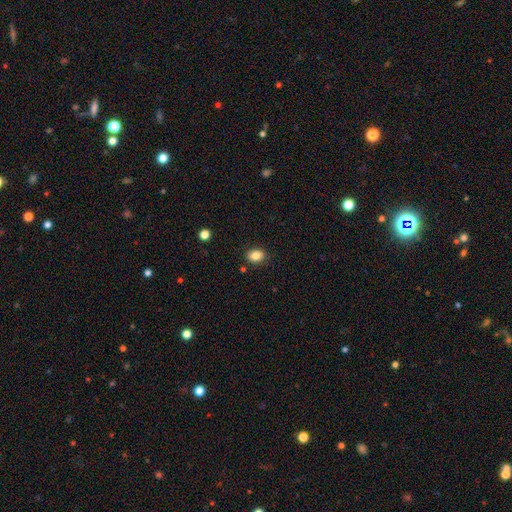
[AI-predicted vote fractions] The model was most divided on "how rounded": in between: 66%, round: 33%, cigar-shaped: 1%. More confident: merging — none (87%); smooth or featured — smooth (85%).